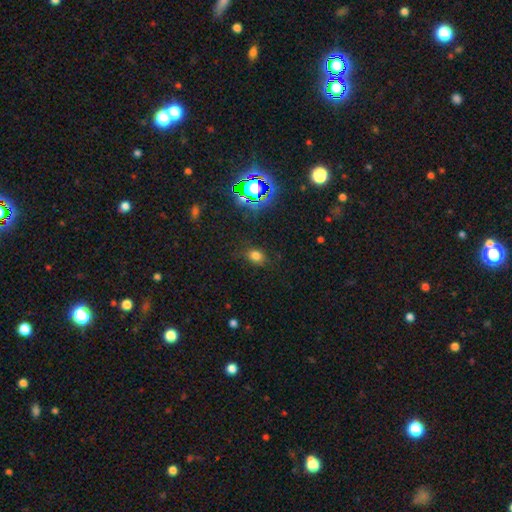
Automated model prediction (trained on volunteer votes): smooth-or-featured: smooth: 71% | star or artifact: 22% | featured or disk: 7%
  how-rounded: in between: 58% | round: 41% | cigar-shaped: 2%
  merging: none: 77% | minor disturbance: 15% | major disturbance: 5% | merger: 2%